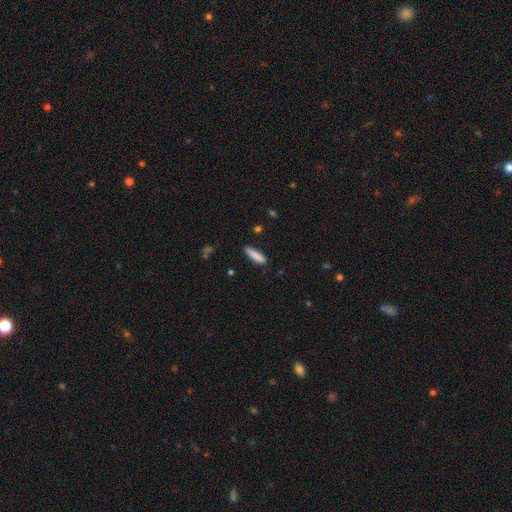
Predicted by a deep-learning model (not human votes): Q: Smooth or featured?
A: smooth (87%); runner-up: featured or disk (7%)
Q: How rounded?
A: cigar-shaped (74%); runner-up: in between (25%)
Q: Merging?
A: none (87%); runner-up: minor disturbance (10%)